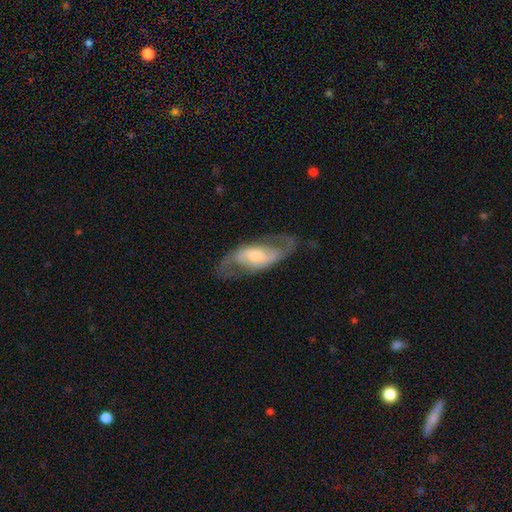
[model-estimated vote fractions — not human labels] A featured or disk galaxy (80%) with a weak bar (44%), 2 (88%) medium (45%) spiral arms (89%) and a moderate central bulge (49%). Merging: none (73%).